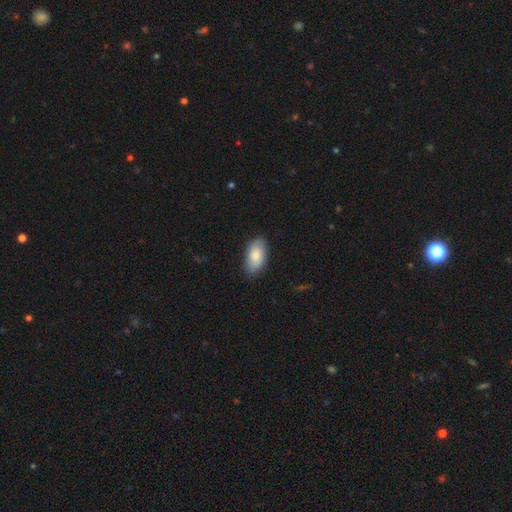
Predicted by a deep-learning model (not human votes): Smooth or featured: smooth — 82% (featured or disk — 12%)
How rounded: in between — 94% (cigar-shaped — 3%)
Merging: none — 84% (minor disturbance — 13%)